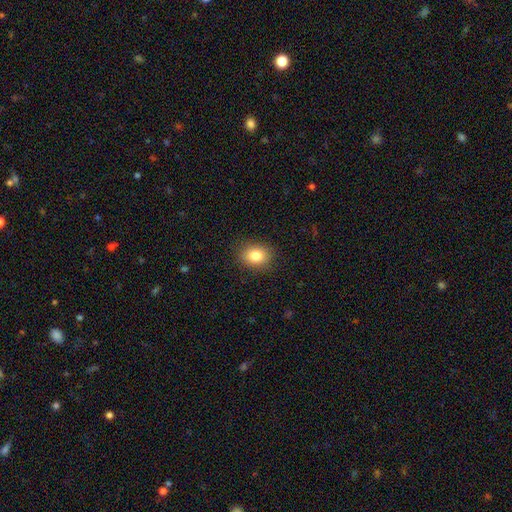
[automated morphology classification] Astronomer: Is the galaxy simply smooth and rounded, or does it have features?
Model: smooth — 83%.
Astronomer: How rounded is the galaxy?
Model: in between — 55% (runner-up: round, 44%).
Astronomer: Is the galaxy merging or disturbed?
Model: none — 88%.